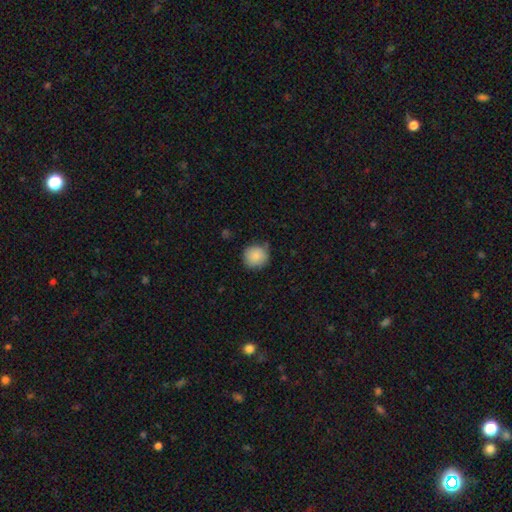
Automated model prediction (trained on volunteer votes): Overall: smooth (87%). How rounded: round (91%). Merging: none (79%).